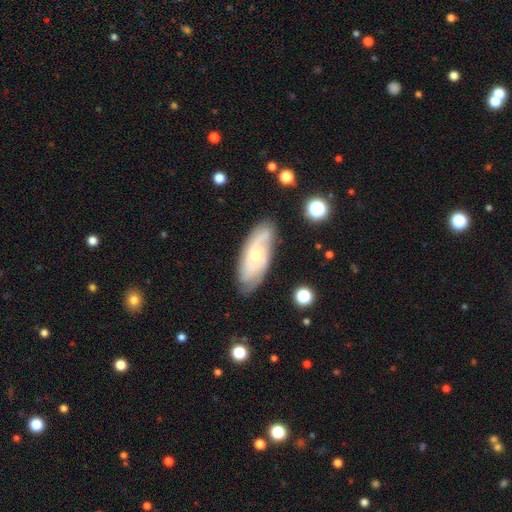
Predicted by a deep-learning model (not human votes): featured or disk 64%, smooth 29%, star or artifact 7%. Down the decision tree: edge-on disk — no (88%); bar — no (67%); spiral arms — yes (89%); spiral arm count — 2 (41%); spiral winding — medium (41%); bulge size — small (60%); merging — none (76%).